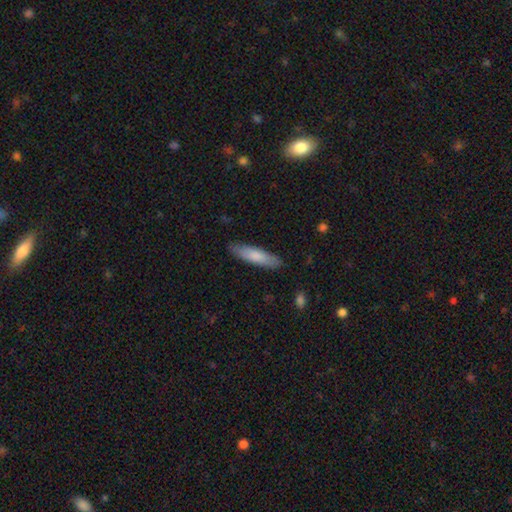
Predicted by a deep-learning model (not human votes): Smooth or featured? Predicted: smooth (p=0.79). How rounded? Predicted: cigar-shaped (p=0.72). Merging? Predicted: none (p=0.86).